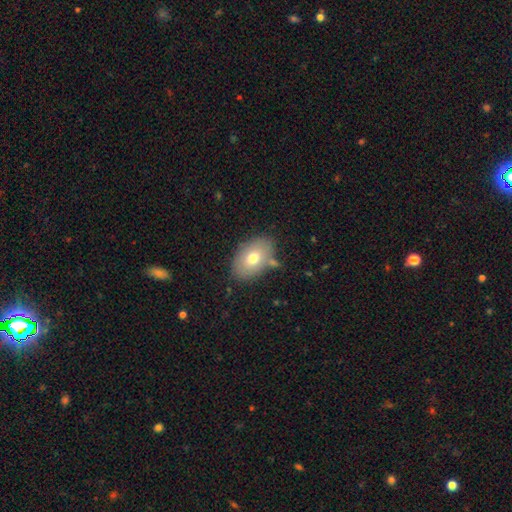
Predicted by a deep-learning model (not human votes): Morphology: type=smooth (72%); roundness=in between (88%); merging=none (78%).